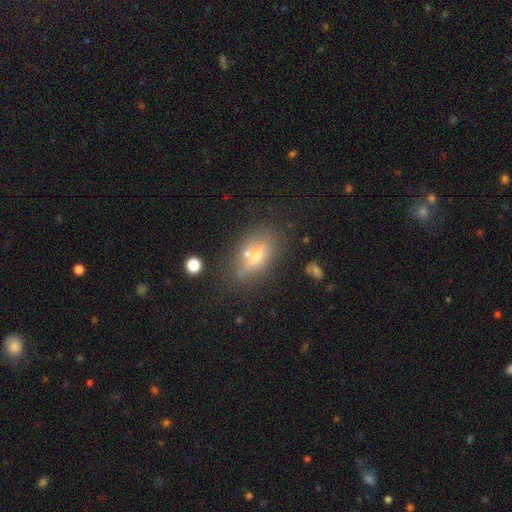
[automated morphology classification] type=featured or disk (48%); merging=none (68%).